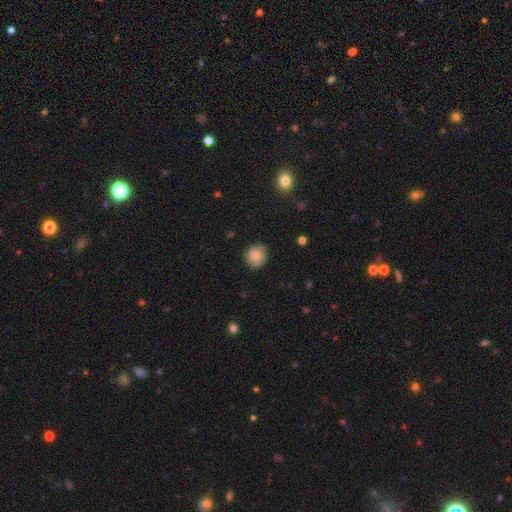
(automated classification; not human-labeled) The model was most divided on "how rounded": round: 77%, in between: 22%, cigar-shaped: 1%. More confident: merging — none (80%); smooth or featured — smooth (79%).